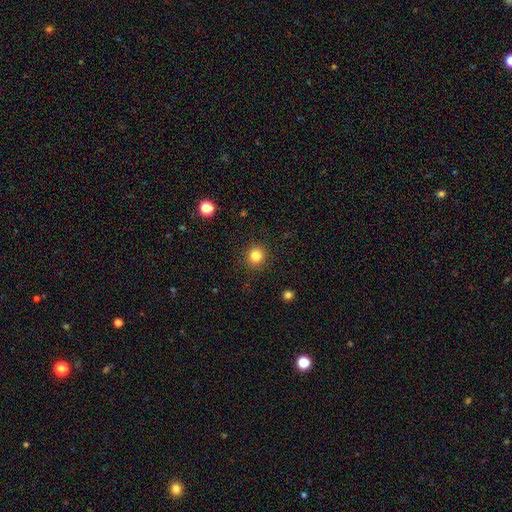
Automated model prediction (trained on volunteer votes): Morphology: type=smooth (83%); roundness=round (90%); merging=none (90%).